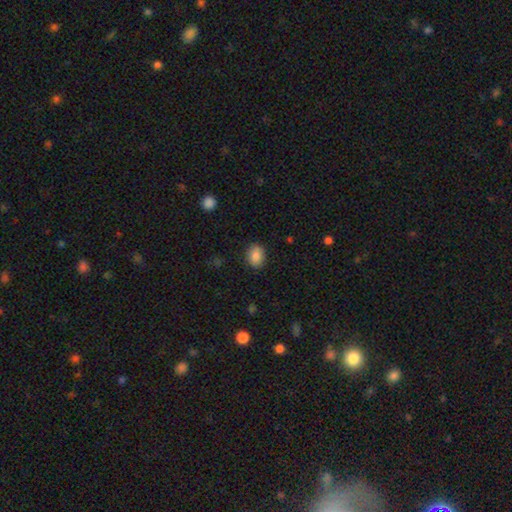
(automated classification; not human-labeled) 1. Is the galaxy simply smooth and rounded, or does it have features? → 85% smooth, 8% star or artifact, 7% featured or disk.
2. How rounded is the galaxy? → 59% in between, 40% round, 1% cigar-shaped.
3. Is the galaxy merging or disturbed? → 88% none, 9% minor disturbance, 2% major disturbance, 1% merger.